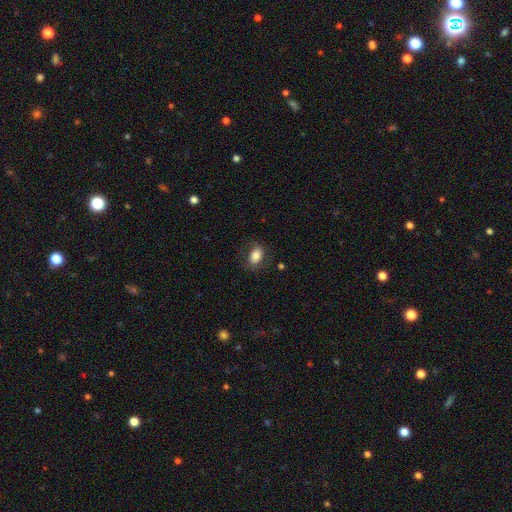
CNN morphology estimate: A smooth galaxy with no disk features (81%) that is in between round and cigar-shaped (84%).

Vote fractions:
- Smooth or featured? smooth: 81% / featured or disk: 11% / star or artifact: 8%
- How rounded? in between: 84% / round: 15% / cigar-shaped: 2%
- Merging? none: 78% / minor disturbance: 15% / major disturbance: 6% / merger: 1%